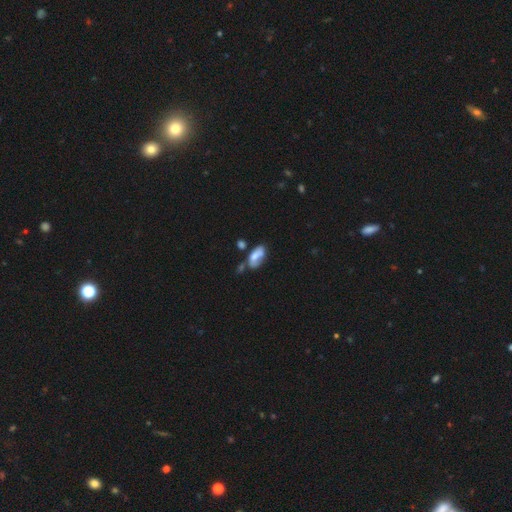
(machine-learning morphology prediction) type=smooth (56%); roundness=in between (90%); merging=none (39%).